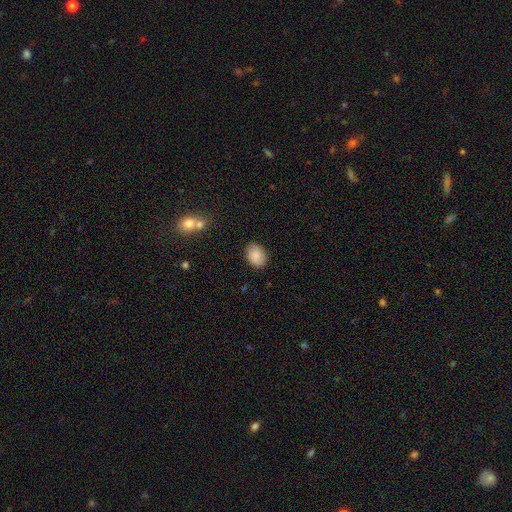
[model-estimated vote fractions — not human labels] This is clearly a smooth galaxy (87%). How rounded: likely in between (75%). Merging: clearly none (86%).